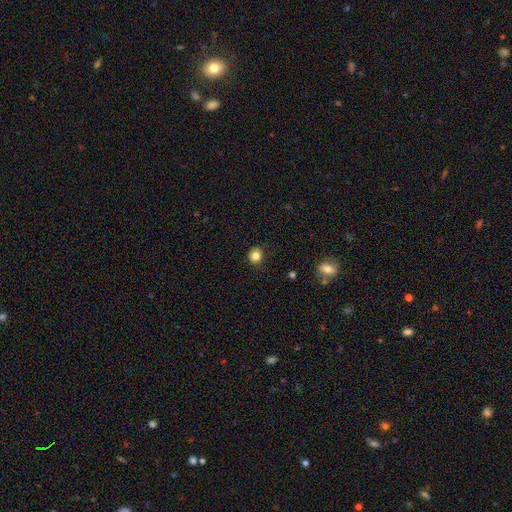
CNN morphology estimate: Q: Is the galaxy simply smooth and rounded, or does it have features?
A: smooth — 82%.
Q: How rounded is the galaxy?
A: round — 88%.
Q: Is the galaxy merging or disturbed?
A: none — 86%.